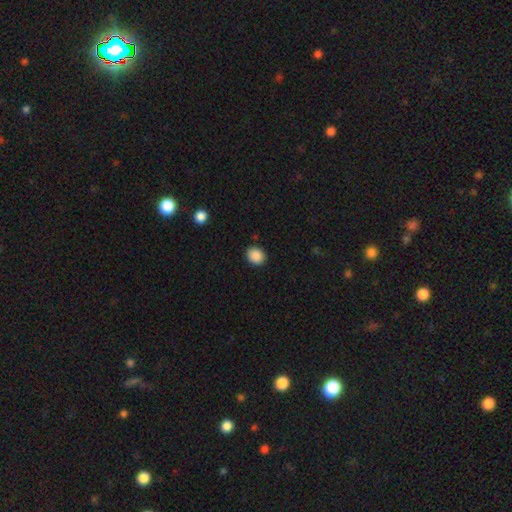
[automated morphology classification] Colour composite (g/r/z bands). It shows a smooth galaxy with no disk features (89%) that is round (62%). Merging: none (89%).